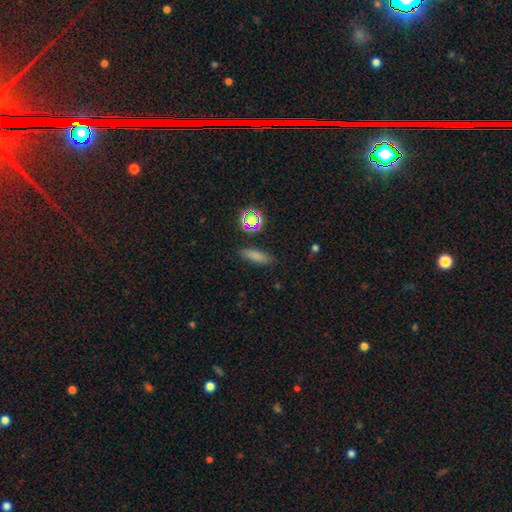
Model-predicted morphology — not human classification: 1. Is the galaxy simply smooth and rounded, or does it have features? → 76% smooth, 16% star or artifact, 8% featured or disk.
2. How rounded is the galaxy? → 48% cigar-shaped, 47% in between, 5% round.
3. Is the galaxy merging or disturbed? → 83% none, 11% minor disturbance, 3% major disturbance, 2% merger.